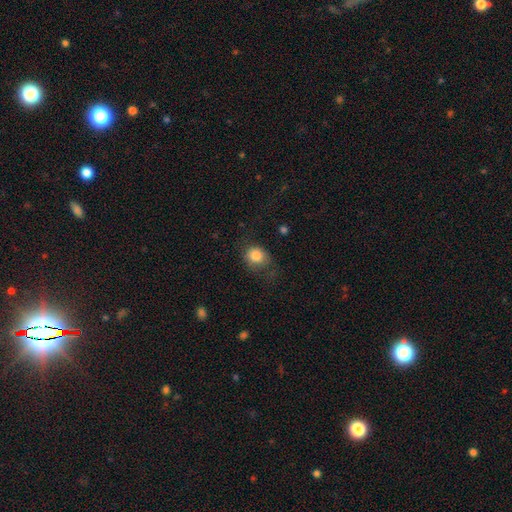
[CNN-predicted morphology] Smooth or featured? Predicted: smooth (p=0.83). How rounded? Predicted: round (p=0.63). Merging? Predicted: none (p=0.54).